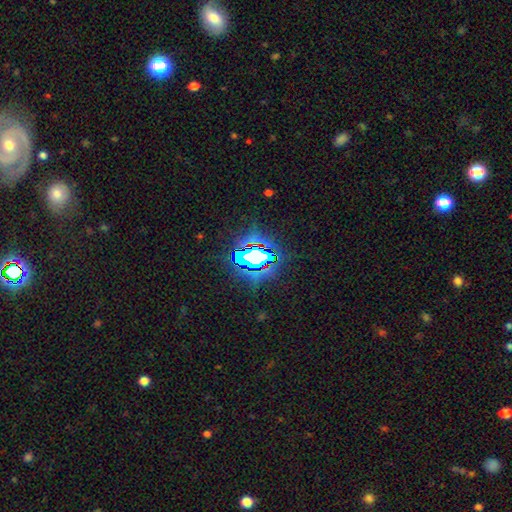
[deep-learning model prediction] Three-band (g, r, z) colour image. It shows a star or artifact, not a galaxy (72%).